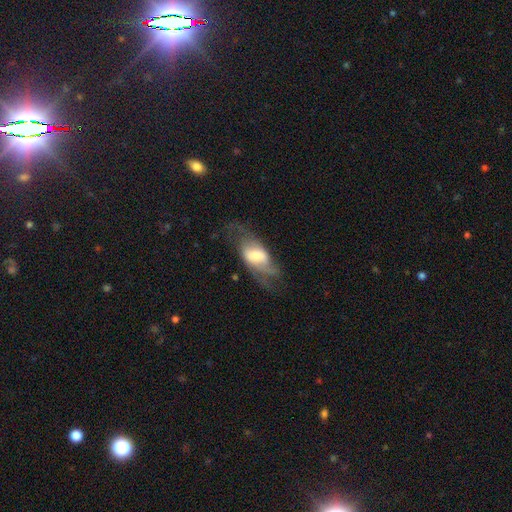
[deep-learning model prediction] Overall: featured or disk (62%; smooth 31%). Edge-on disk: no (90%). Bar: weak (42%; no 39%). Spiral arms: yes (83%). Bulge size: moderate (47%; large 25%). Merging: none (46%; major disturbance 28%).